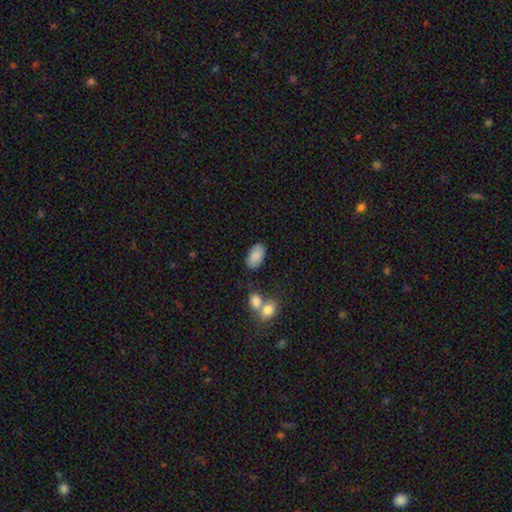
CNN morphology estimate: smooth-or-featured: smooth: 87% | star or artifact: 7% | featured or disk: 5%
  how-rounded: in between: 94% | round: 4% | cigar-shaped: 2%
  merging: none: 79% | minor disturbance: 12% | merger: 5% | major disturbance: 4%